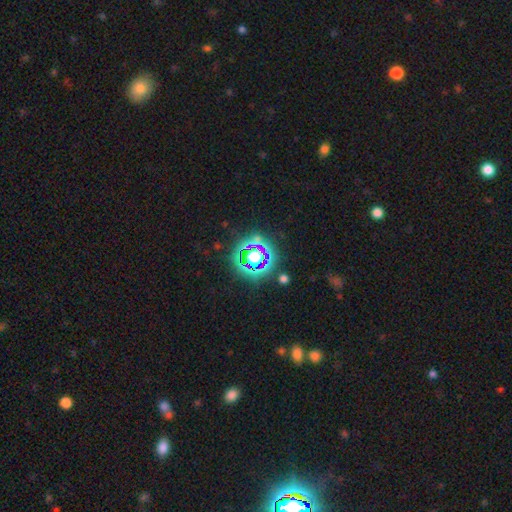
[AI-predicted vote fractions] smooth-or-featured: star or artifact: 77% | smooth: 14% | featured or disk: 9%